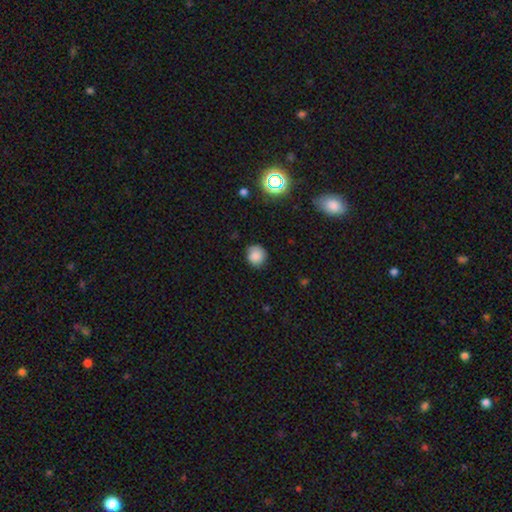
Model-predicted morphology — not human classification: smooth-or-featured: smooth: 82% | star or artifact: 11% | featured or disk: 7%
  how-rounded: round: 85% | in between: 14% | cigar-shaped: 1%
  merging: none: 77% | minor disturbance: 18% | major disturbance: 4% | merger: 1%